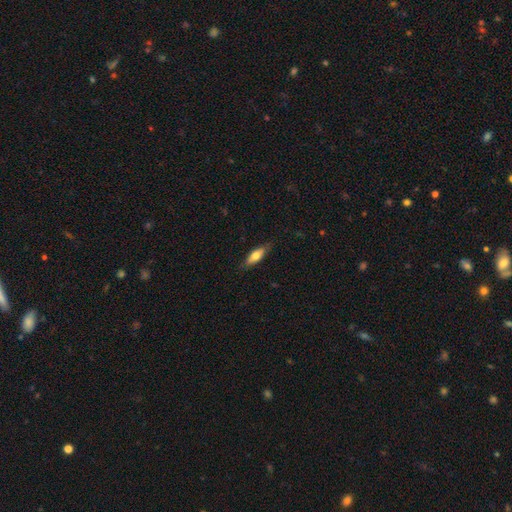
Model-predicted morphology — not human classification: smooth_or_featured: smooth (p=0.66) [alt: featured or disk p=0.28]
how_rounded: in between (p=0.57) [alt: cigar-shaped p=0.40]
merging: none (p=0.83) [alt: minor disturbance p=0.14]